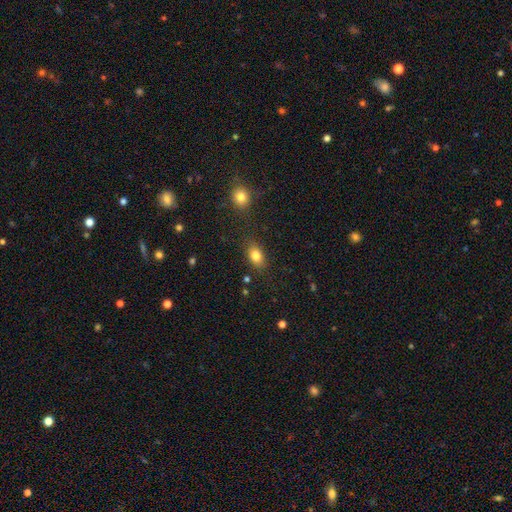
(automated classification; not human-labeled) A smooth galaxy with no disk features (82%) that is in between round and cigar-shaped (81%). Merging: none (81%).